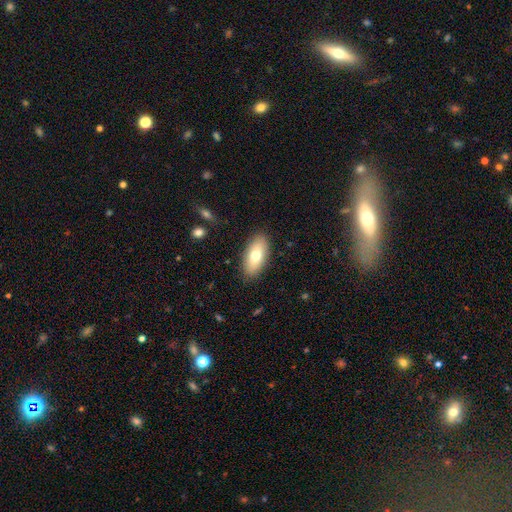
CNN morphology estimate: Smooth or featured? smooth (72%)
How rounded? in between (87%)
Merging? none (87%)